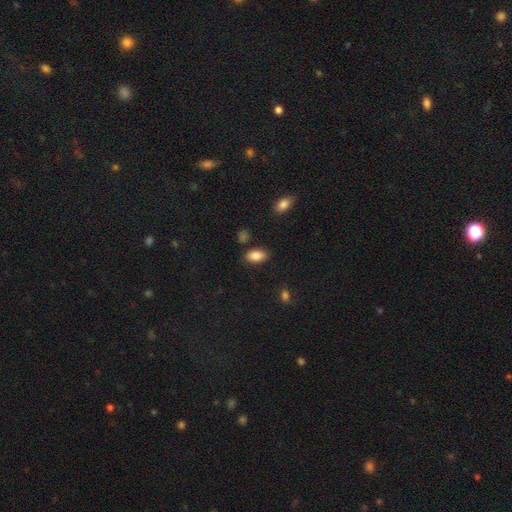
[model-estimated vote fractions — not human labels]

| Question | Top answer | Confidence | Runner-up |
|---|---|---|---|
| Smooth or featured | smooth | 86% | star or artifact (8%) |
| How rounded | in between | 92% | round (6%) |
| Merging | none | 83% | minor disturbance (11%) |